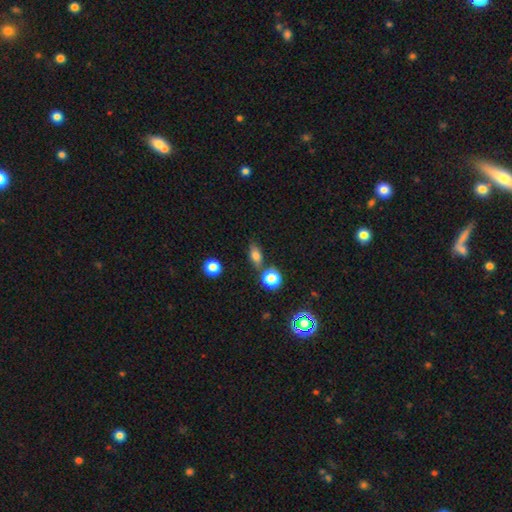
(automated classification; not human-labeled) Smooth or featured? smooth (76%)
How rounded? in between (70%)
Merging? none (69%)